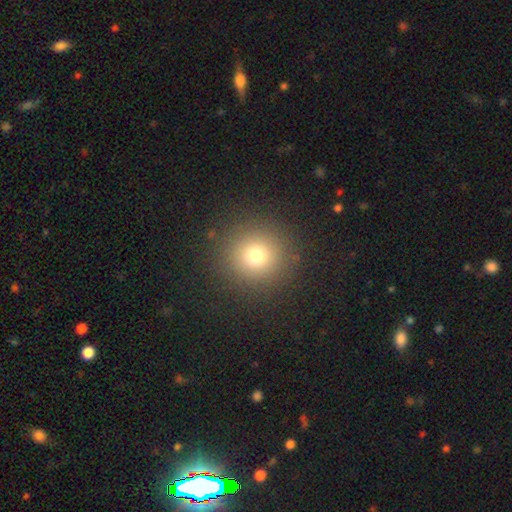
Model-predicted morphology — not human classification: smooth-or-featured: smooth: 73% | star or artifact: 17% | featured or disk: 10%
  how-rounded: round: 94% | in between: 5% | cigar-shaped: 1%
  merging: none: 89% | minor disturbance: 6% | major disturbance: 3% | merger: 1%